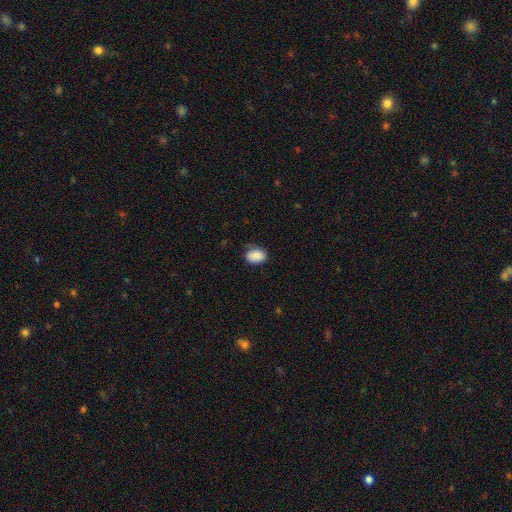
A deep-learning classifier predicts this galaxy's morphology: Smooth or featured?
  - smooth: 89% *
  - star or artifact: 7%
  - featured or disk: 4%
How rounded?
  - in between: 78% *
  - round: 21%
  - cigar-shaped: 1%
Merging?
  - none: 74% *
  - minor disturbance: 20%
  - major disturbance: 4%
  - merger: 1%